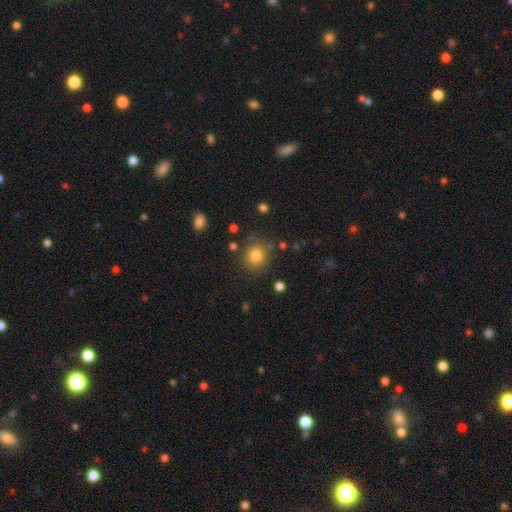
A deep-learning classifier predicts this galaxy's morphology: smooth_or_featured: smooth (p=0.82) [alt: star or artifact p=0.11]
how_rounded: round (p=0.82) [alt: in between p=0.17]
merging: none (p=0.81) [alt: minor disturbance p=0.11]